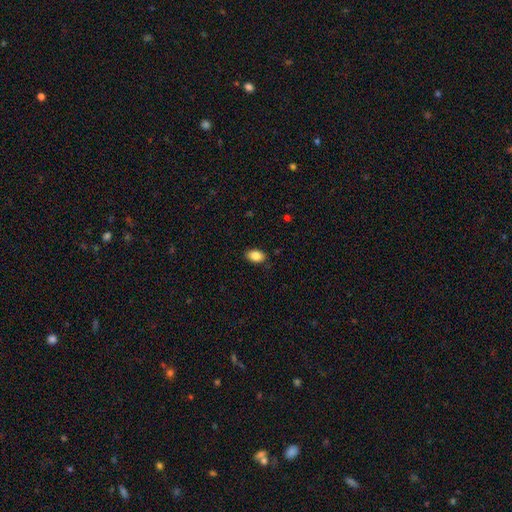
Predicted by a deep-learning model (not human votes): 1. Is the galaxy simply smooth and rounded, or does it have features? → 86% smooth, 8% star or artifact, 6% featured or disk.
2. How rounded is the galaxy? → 86% in between, 13% round, 1% cigar-shaped.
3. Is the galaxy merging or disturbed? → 86% none, 11% minor disturbance, 2% major disturbance, 1% merger.